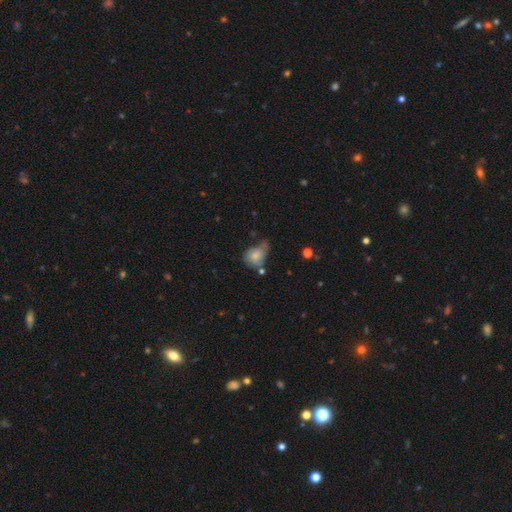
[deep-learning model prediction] A smooth galaxy with no disk features (70%) that is in between round and cigar-shaped (52%). Merging: minor disturbance (36%).